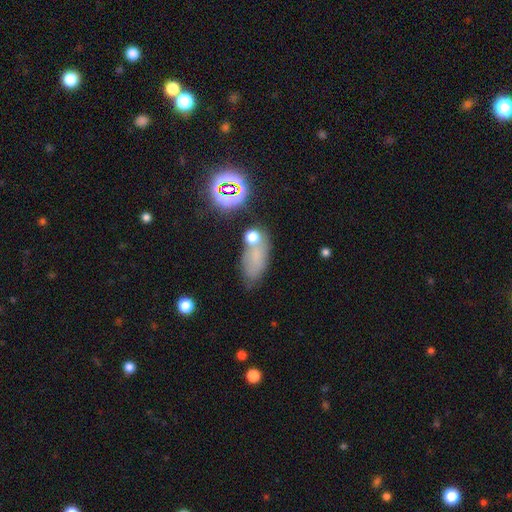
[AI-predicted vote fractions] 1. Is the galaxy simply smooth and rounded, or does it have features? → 58% smooth, 25% star or artifact, 17% featured or disk.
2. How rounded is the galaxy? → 82% in between, 9% round, 9% cigar-shaped.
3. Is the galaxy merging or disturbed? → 60% none, 20% minor disturbance, 11% merger, 8% major disturbance.